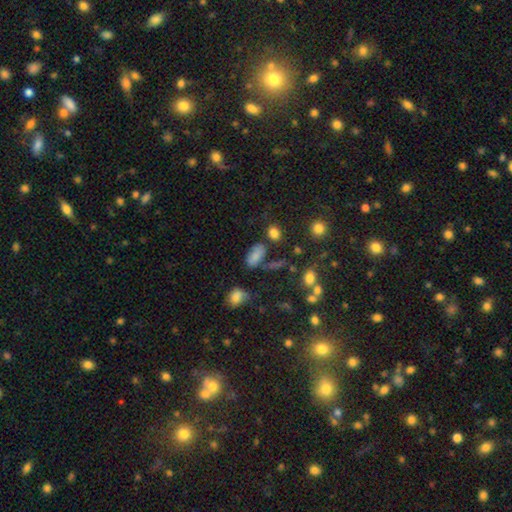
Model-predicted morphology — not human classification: This appears to be a smooth galaxy with no disk features (77%) that is in between round and cigar-shaped (88%). Merging: none (61%).